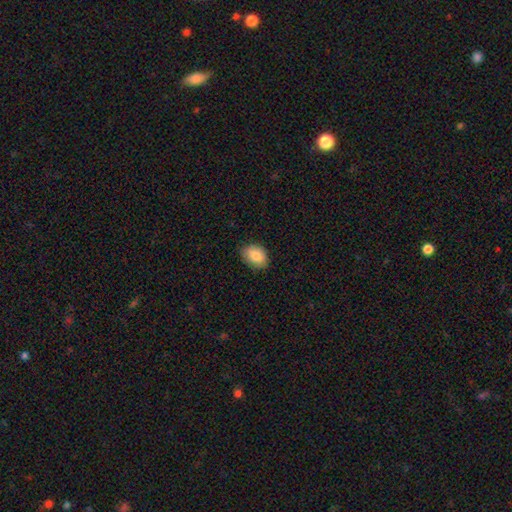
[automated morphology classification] A smooth galaxy with no disk features (85%) that is in between round and cigar-shaped (79%). Merging: none (82%).